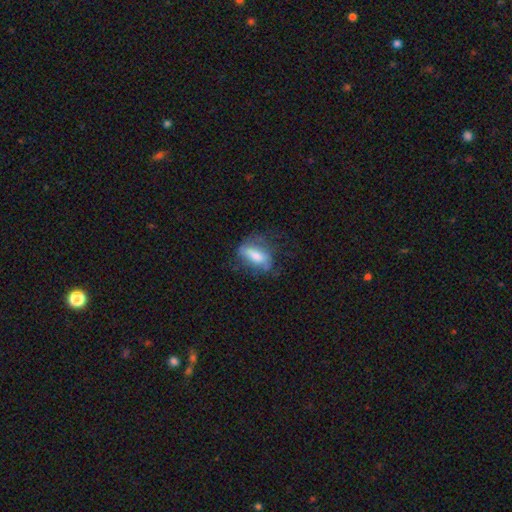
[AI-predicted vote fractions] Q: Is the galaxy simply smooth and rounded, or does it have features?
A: smooth — 60%.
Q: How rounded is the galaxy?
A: in between — 74%.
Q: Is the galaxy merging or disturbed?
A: none — 54%.